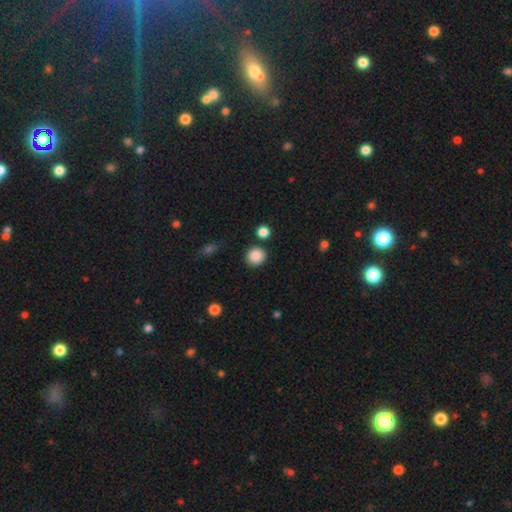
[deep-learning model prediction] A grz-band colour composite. It shows a smooth galaxy with no disk features (87%) that is round (89%). Merging: none (85%).